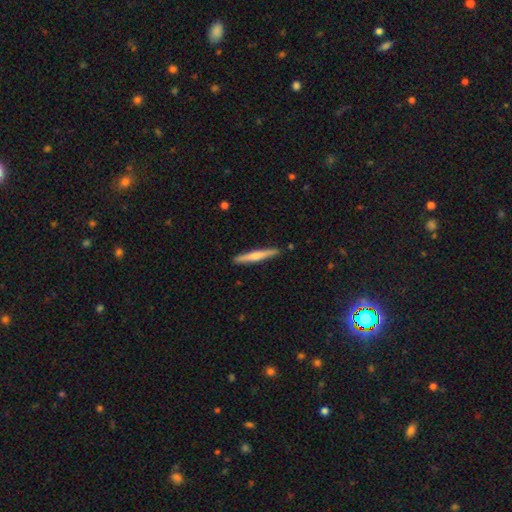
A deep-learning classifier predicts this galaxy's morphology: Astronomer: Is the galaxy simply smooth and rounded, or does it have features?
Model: smooth — 52% (runner-up: featured or disk, 43%).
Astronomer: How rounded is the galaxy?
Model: cigar-shaped — 95%.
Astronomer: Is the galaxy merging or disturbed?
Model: none — 90%.